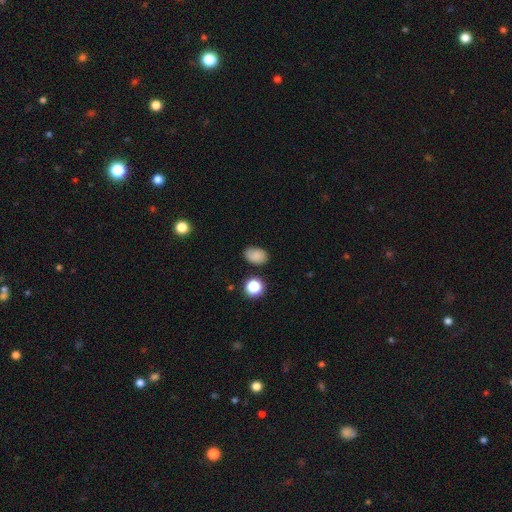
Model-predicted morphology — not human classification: This appears to be a smooth galaxy with no disk features (80%) that is in between round and cigar-shaped (79%). Merging: none (78%).